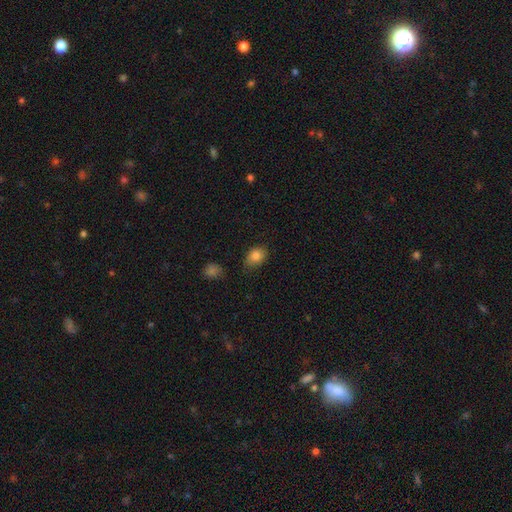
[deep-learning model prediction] Smooth or featured? Predicted: smooth (p=0.83). How rounded? Predicted: in between (p=0.72). Merging? Predicted: none (p=0.70).